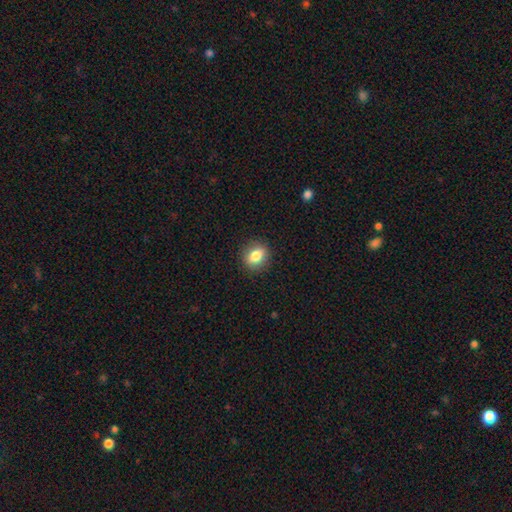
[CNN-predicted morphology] Smooth or featured? Predicted: smooth (p=0.78). How rounded? Predicted: in between (p=0.49). Merging? Predicted: none (p=0.88).